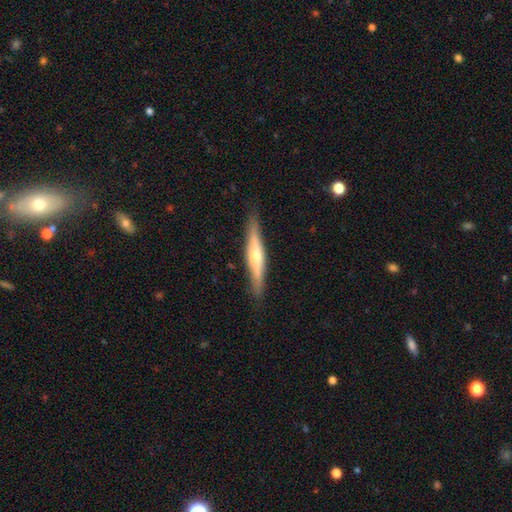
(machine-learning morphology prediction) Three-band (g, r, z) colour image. It shows a featured or disk galaxy (63%) viewed edge-on (93%) with a rounded central bulge (83%). Merging: none (87%).